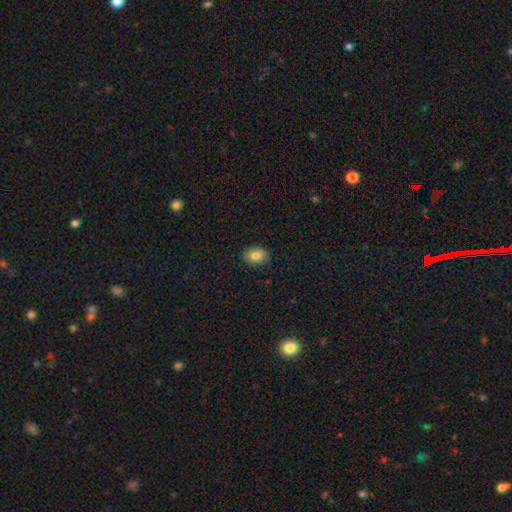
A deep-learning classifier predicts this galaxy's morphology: Overall: smooth (82%). How rounded: in between (58%; round 41%). Merging: none (89%).